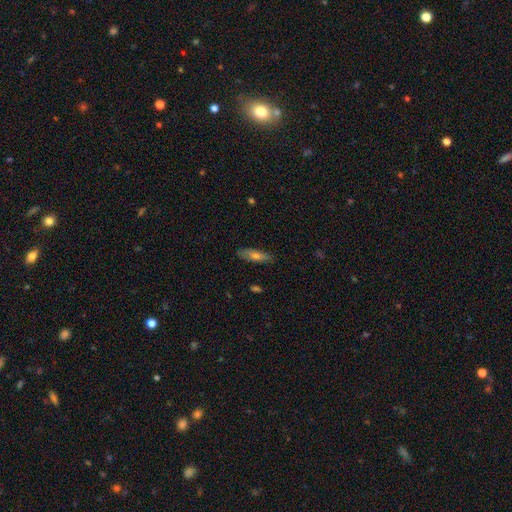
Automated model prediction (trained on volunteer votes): Q: Smooth or featured?
A: smooth (58%); runner-up: featured or disk (34%)
Q: How rounded?
A: cigar-shaped (56%); runner-up: in between (41%)
Q: Merging?
A: none (85%); runner-up: minor disturbance (12%)